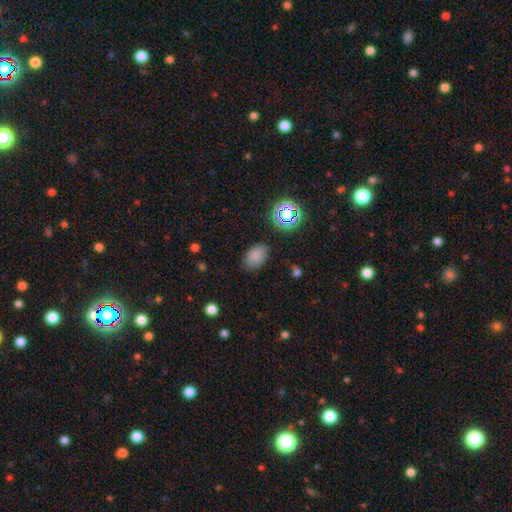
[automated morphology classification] smooth_or_featured: smooth (p=0.79) [alt: star or artifact p=0.15]
how_rounded: in between (p=0.87) [alt: round p=0.11]
merging: none (p=0.82) [alt: minor disturbance p=0.12]